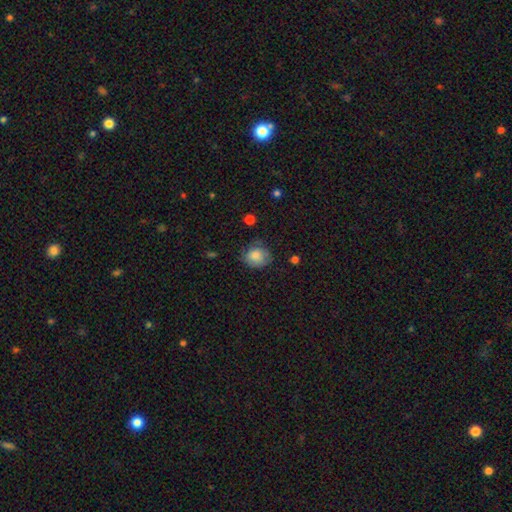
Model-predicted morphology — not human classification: Smooth or featured?
  - smooth: 79% *
  - featured or disk: 13%
  - star or artifact: 8%
How rounded?
  - round: 70% *
  - in between: 29%
  - cigar-shaped: 1%
Merging?
  - none: 63% *
  - minor disturbance: 27%
  - major disturbance: 9%
  - merger: 2%